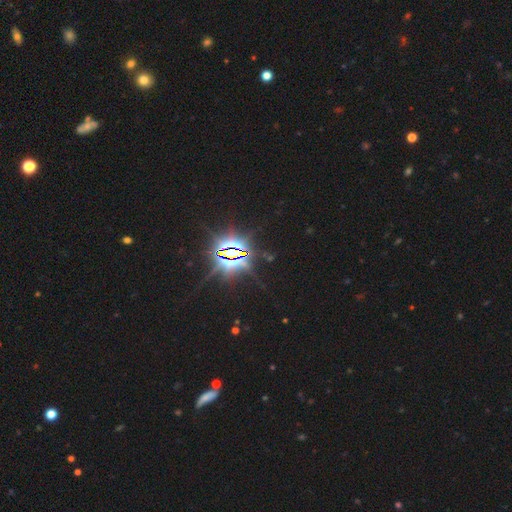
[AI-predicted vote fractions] Morphology: type=star or artifact (87%).